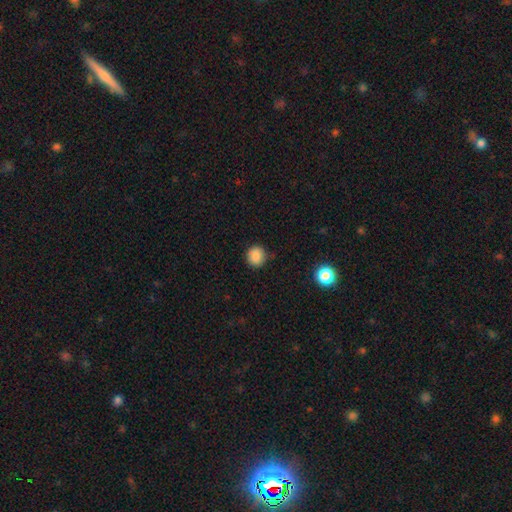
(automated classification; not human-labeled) smooth-or-featured: smooth: 86% | star or artifact: 10% | featured or disk: 4%
  how-rounded: round: 87% | in between: 12% | cigar-shaped: 1%
  merging: none: 85% | minor disturbance: 11% | major disturbance: 2% | merger: 2%